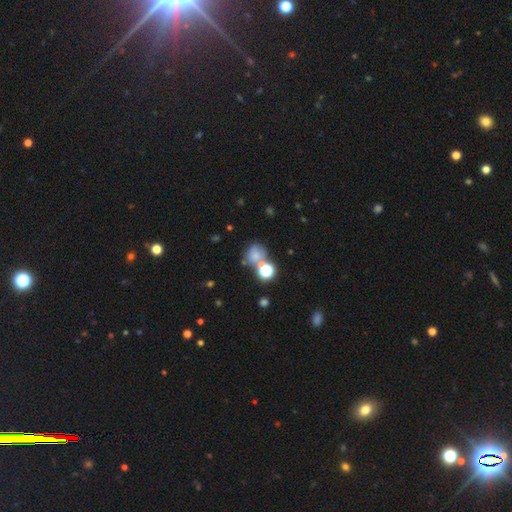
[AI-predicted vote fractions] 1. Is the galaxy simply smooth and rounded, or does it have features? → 66% smooth, 21% star or artifact, 13% featured or disk.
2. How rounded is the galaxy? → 72% round, 27% in between, 1% cigar-shaped.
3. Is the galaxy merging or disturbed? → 45% none, 34% merger, 13% minor disturbance, 8% major disturbance.